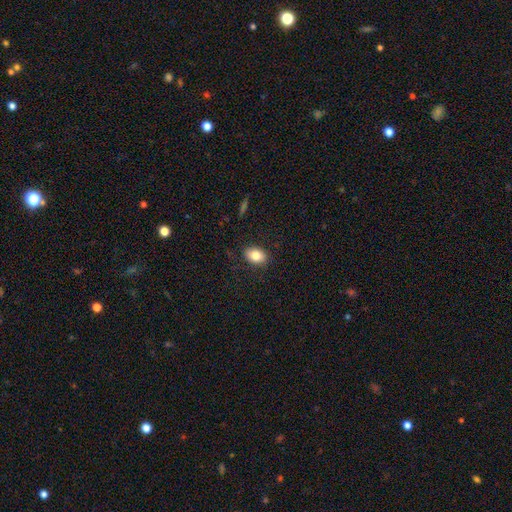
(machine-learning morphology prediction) Overall: smooth (83%). How rounded: in between (82%). Merging: none (87%).